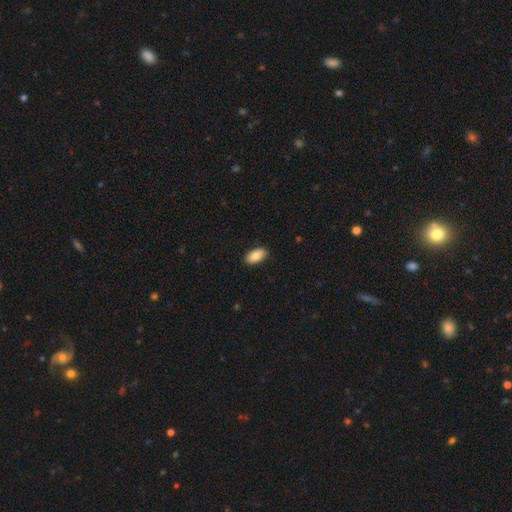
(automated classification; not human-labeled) This appears to be a smooth galaxy with no disk features (84%) that is in between round and cigar-shaped (94%). Merging: none (89%).